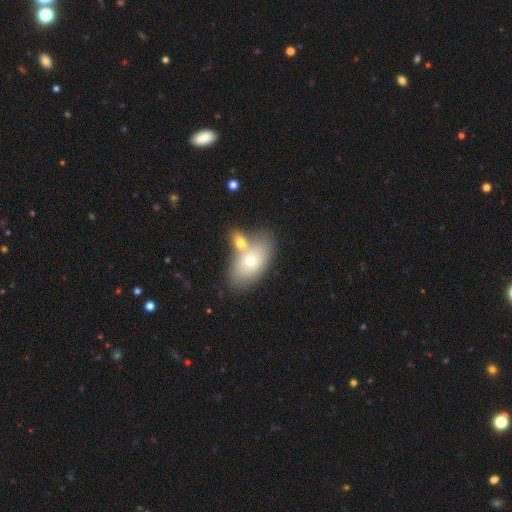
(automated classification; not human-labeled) smooth 64%, featured or disk 28%, star or artifact 8%. Down the decision tree: how rounded — in between (88%); merging — merger (46%).